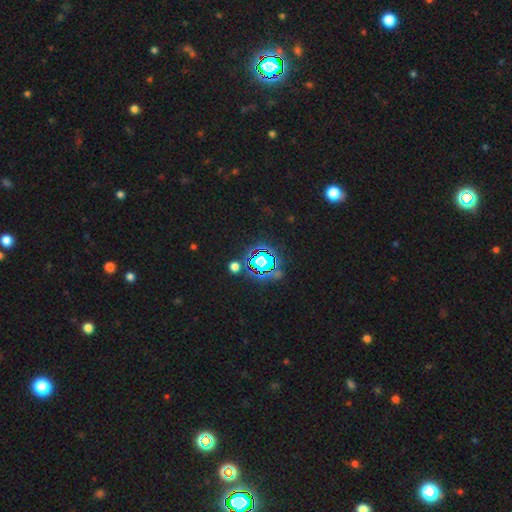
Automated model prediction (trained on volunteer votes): Q: Smooth or featured?
A: star or artifact (75%); runner-up: smooth (16%)